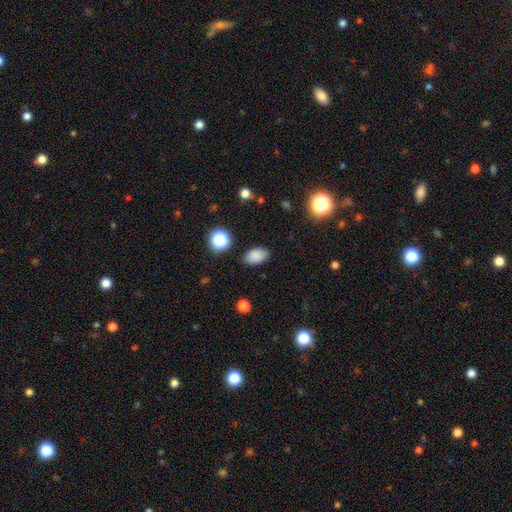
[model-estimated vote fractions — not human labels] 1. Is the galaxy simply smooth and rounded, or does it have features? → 85% smooth, 11% star or artifact, 5% featured or disk.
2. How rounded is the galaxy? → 90% in between, 9% round, 1% cigar-shaped.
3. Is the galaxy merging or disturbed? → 86% none, 10% minor disturbance, 3% major disturbance, 2% merger.